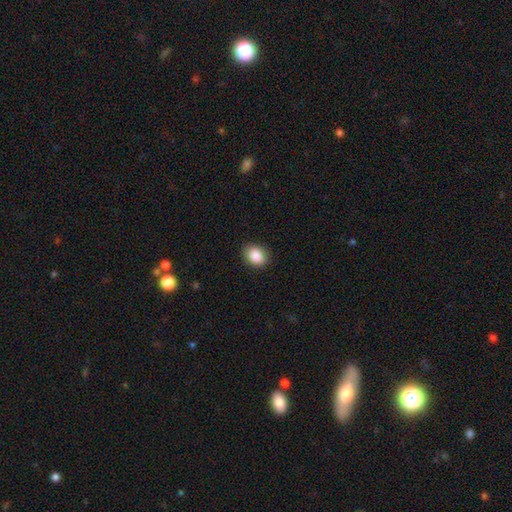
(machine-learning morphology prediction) Smooth or featured?
  - smooth: 87% *
  - star or artifact: 8%
  - featured or disk: 5%
How rounded?
  - in between: 63% *
  - round: 36%
  - cigar-shaped: 1%
Merging?
  - none: 88% *
  - minor disturbance: 9%
  - major disturbance: 2%
  - merger: 1%